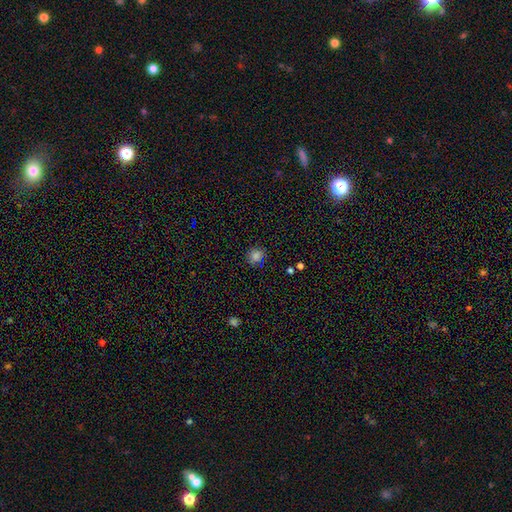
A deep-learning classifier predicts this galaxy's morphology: The model was most divided on "how rounded": round: 75%, in between: 23%, cigar-shaped: 1%. More confident: merging — none (83%); smooth or featured — smooth (74%).